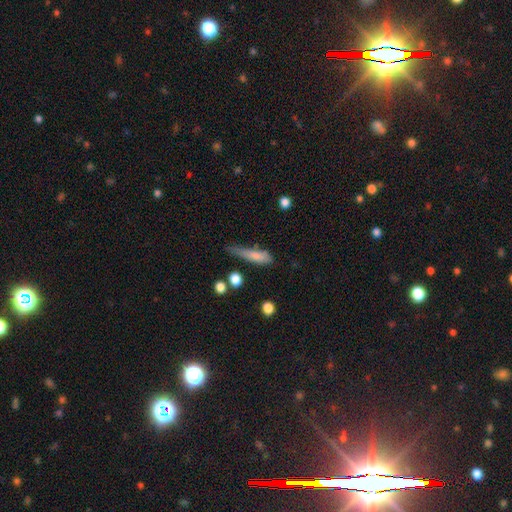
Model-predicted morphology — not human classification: Smooth or featured? smooth (75%)
How rounded? cigar-shaped (69%)
Merging? minor disturbance (39%)